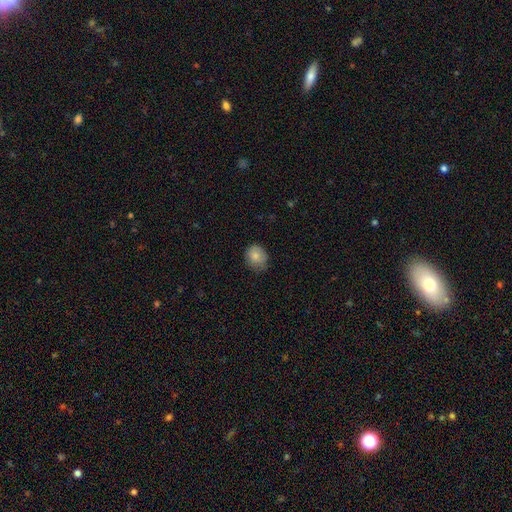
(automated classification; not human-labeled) A smooth galaxy with no disk features (83%) that is round (67%). Merging: none (68%).